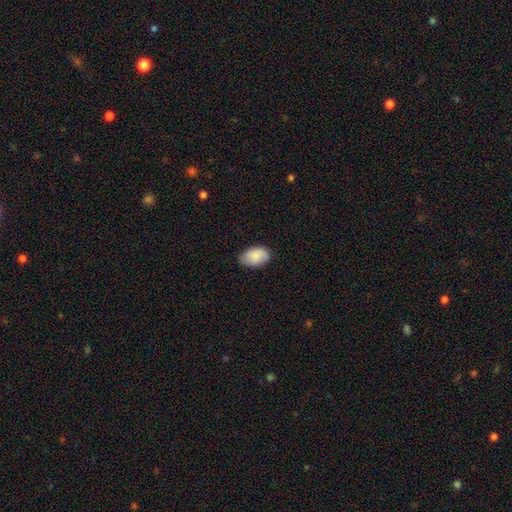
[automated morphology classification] Overall: smooth (84%). How rounded: in between (91%). Merging: none (75%).